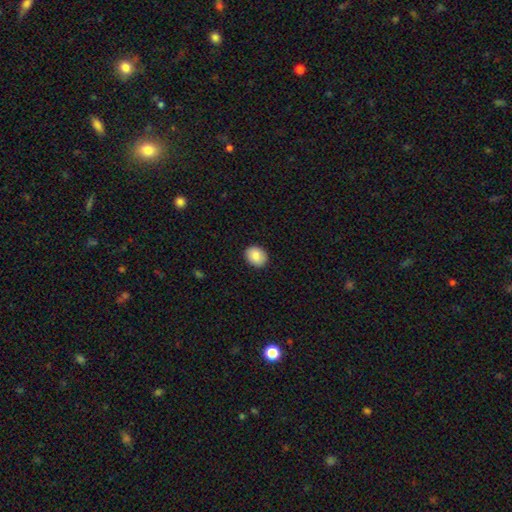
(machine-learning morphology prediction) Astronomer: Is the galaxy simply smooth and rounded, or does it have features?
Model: smooth — 89%.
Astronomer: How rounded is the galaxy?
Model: in between — 50% (runner-up: round, 49%).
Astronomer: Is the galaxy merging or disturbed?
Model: none — 90%.